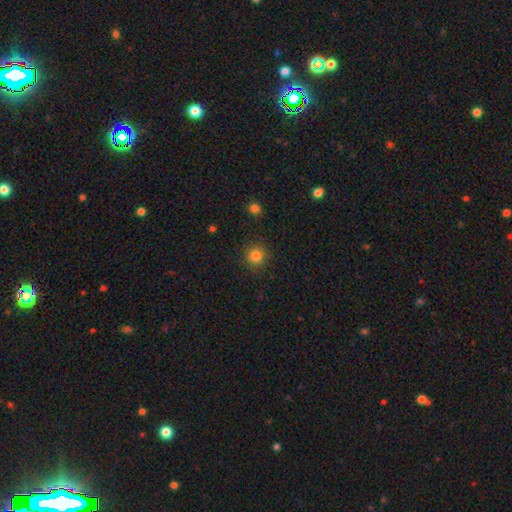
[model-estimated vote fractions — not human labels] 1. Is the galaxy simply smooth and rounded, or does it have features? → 82% smooth, 13% star or artifact, 5% featured or disk.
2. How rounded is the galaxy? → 94% round, 5% in between, 1% cigar-shaped.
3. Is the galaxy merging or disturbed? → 91% none, 6% minor disturbance, 2% major disturbance, 1% merger.